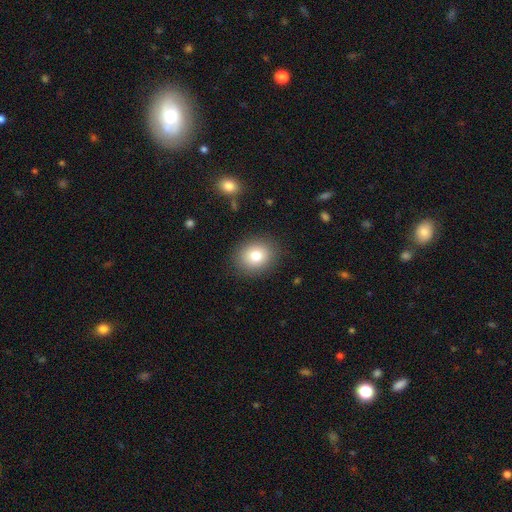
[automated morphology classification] smooth 78%, star or artifact 11%, featured or disk 11%. Down the decision tree: how rounded — round (65%); merging — none (88%).